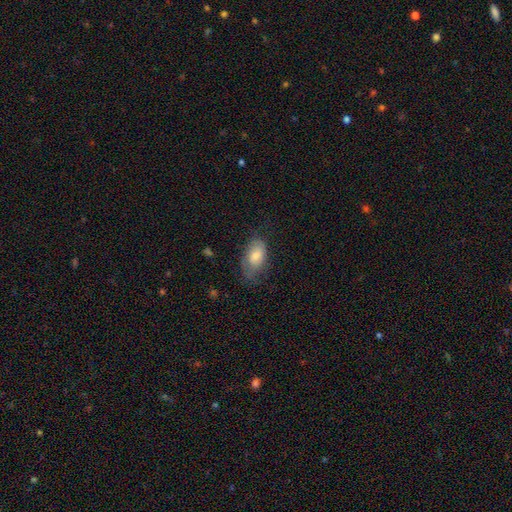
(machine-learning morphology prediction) smooth 73%, featured or disk 20%, star or artifact 7%. Down the decision tree: how rounded — in between (92%); merging — none (51%).